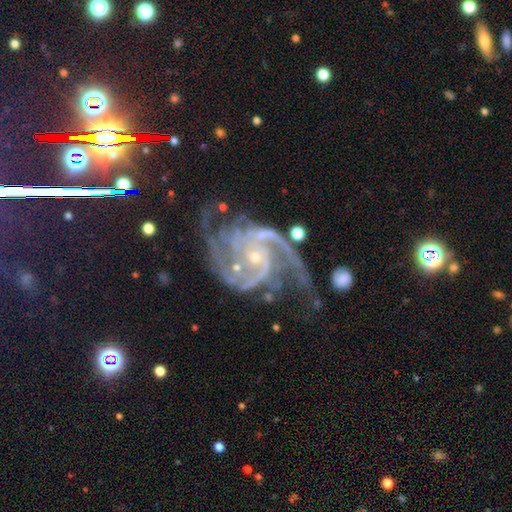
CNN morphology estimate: Smooth or featured: featured or disk — 93% (star or artifact — 5%)
Edge-on disk: no — 98% (yes — 2%)
Bar: no — 64% (weak — 26%)
Spiral arms: yes — 99% (no — 1%)
Spiral winding: medium — 52% (tight — 36%)
Spiral arm count: 2 — 43% (3 — 23%)
Bulge size: small — 81% (moderate — 14%)
Merging: none — 52% (minor disturbance — 23%)